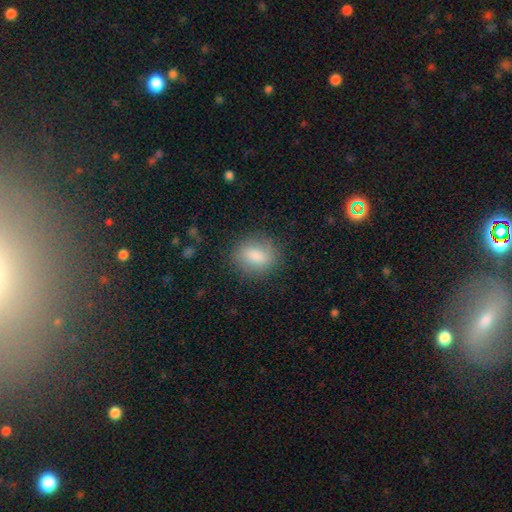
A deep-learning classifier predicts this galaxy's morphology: Overall: smooth (81%). How rounded: in between (57%; round 41%). Merging: none (82%).